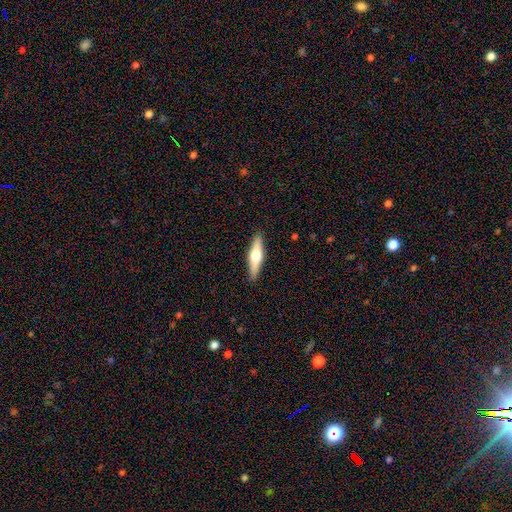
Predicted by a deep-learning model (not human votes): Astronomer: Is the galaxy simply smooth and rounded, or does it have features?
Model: smooth — 50% (runner-up: featured or disk, 45%).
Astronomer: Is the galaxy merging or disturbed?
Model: none — 89%.